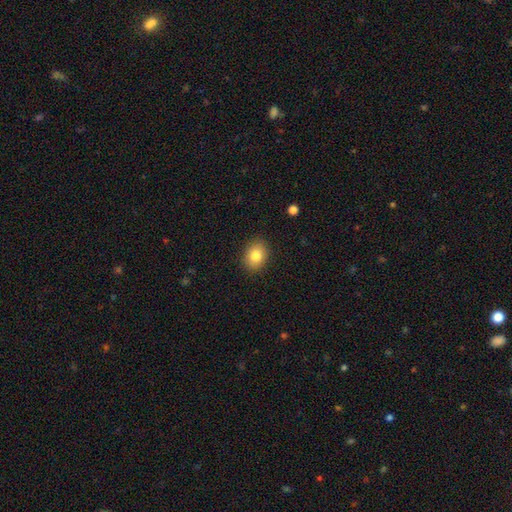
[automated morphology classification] type=smooth (82%); roundness=in between (61%); merging=none (88%).